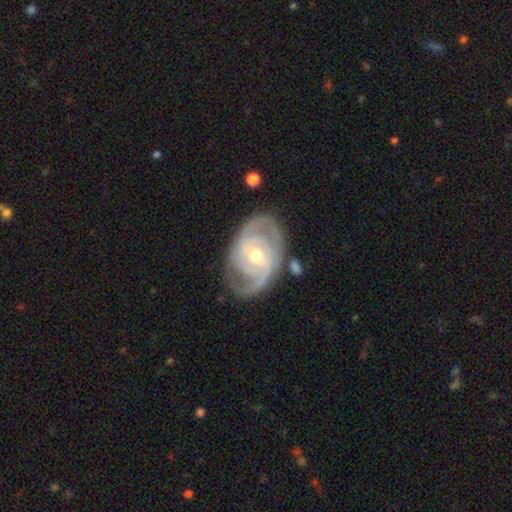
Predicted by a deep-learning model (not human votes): Morphology: type=featured or disk (90%); edge-on=no (97%); bar=no (49%); spiral arms=yes (97%); winding=tight (64%); arm count=2 (53%); bulge=moderate (63%); merging=none (76%).